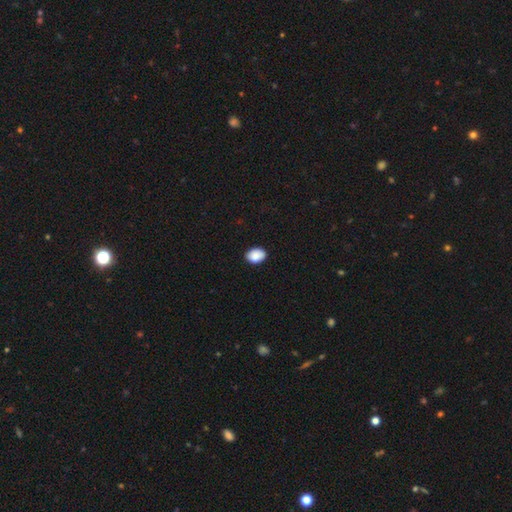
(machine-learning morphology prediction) A smooth galaxy with no disk features (89%) that is in between round and cigar-shaped (76%). Merging: none (85%).